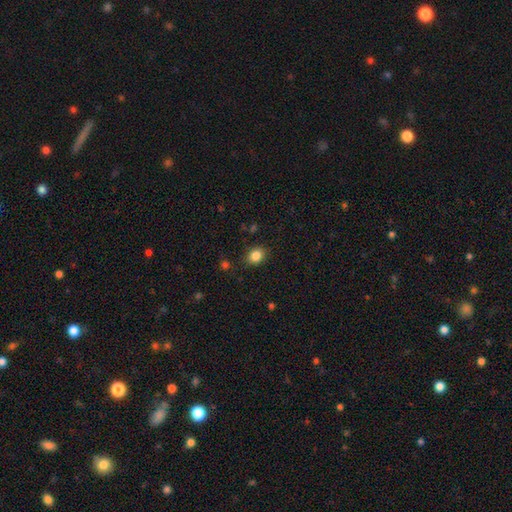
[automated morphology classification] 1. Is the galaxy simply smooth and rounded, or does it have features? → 85% smooth, 10% star or artifact, 5% featured or disk.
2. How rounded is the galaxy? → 50% round, 49% in between, 1% cigar-shaped.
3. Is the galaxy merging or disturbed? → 85% none, 11% minor disturbance, 3% major disturbance, 2% merger.